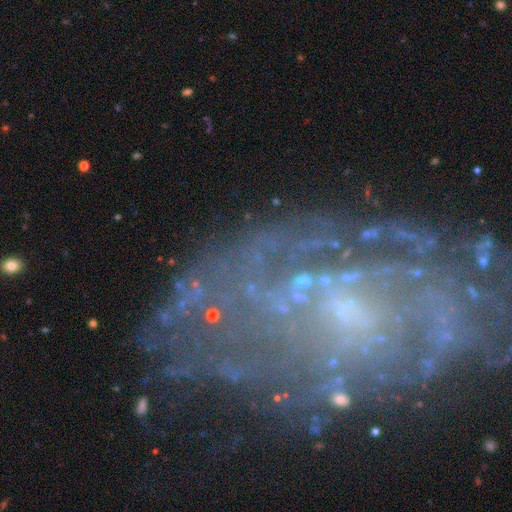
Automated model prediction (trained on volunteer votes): smooth_or_featured: featured or disk (p=0.76) [alt: star or artifact p=0.13]
disk_edge_on: no (p=0.96) [alt: yes p=0.04]
bar: no (p=0.65) [alt: weak p=0.26]
has_spiral_arms: yes (p=0.76) [alt: no p=0.24]
spiral_winding: tight (p=0.52) [alt: medium p=0.31]
spiral_arm_count: can't tell (p=0.45) [alt: 2 p=0.17]
bulge_size: small (p=0.43) [alt: none p=0.34]
merging: none (p=0.62) [alt: minor disturbance p=0.19]